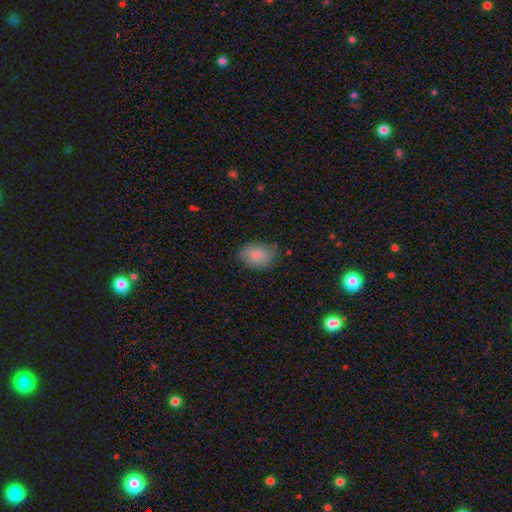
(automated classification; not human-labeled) Morphology: type=smooth (84%); roundness=in between (75%); merging=none (73%).